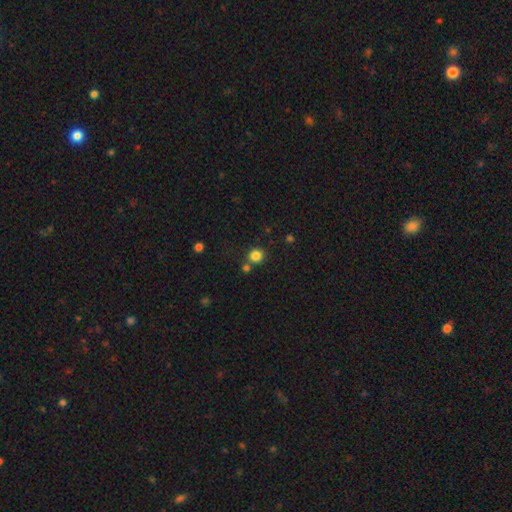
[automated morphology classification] smooth 83%, star or artifact 12%, featured or disk 5%. Down the decision tree: how rounded — round (88%); merging — none (73%).